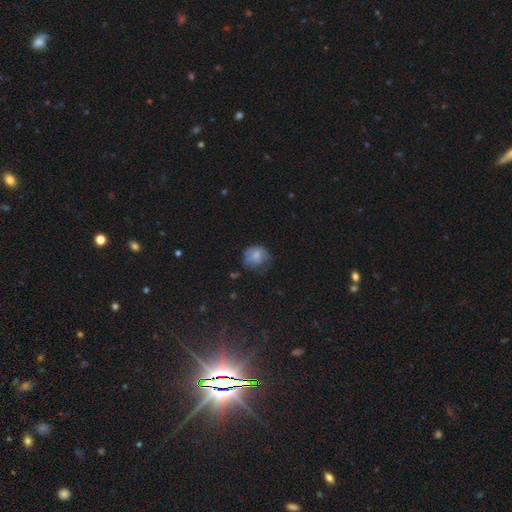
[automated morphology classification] Smooth or featured? smooth (67%)
How rounded? round (72%)
Merging? none (47%)